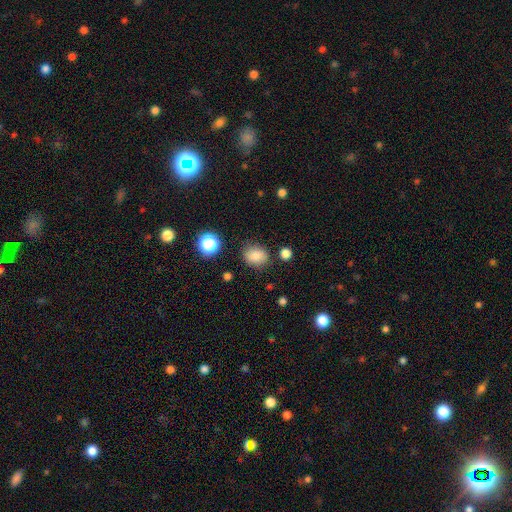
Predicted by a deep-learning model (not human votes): Smooth or featured? Predicted: smooth (p=0.82). How rounded? Predicted: round (p=0.52). Merging? Predicted: none (p=0.79).